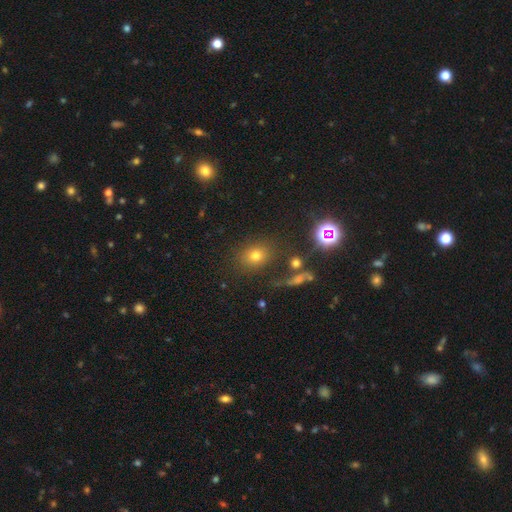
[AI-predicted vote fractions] This appears to be a smooth galaxy with no disk features (68%) that is round (63%). Merging: none (79%).